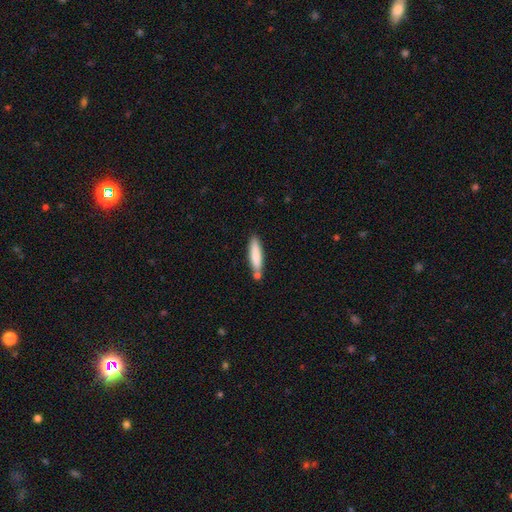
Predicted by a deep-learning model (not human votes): Smooth or featured?
  - smooth: 79% *
  - featured or disk: 16%
  - star or artifact: 6%
How rounded?
  - cigar-shaped: 82% *
  - in between: 17%
  - round: 1%
Merging?
  - none: 68% *
  - minor disturbance: 15%
  - merger: 14%
  - major disturbance: 3%